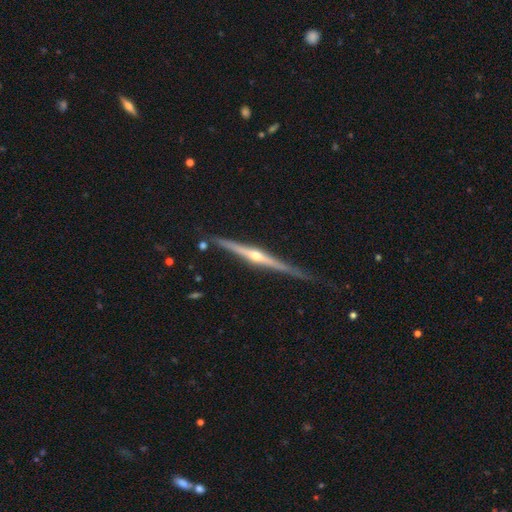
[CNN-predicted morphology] smooth-or-featured: featured or disk: 83% | smooth: 12% | star or artifact: 5%
  disk-edge-on: yes: 98% | no: 2%
    edge-on-bulge: rounded: 89% | none: 8% | boxy: 3%
  merging: none: 80% | minor disturbance: 15% | major disturbance: 3% | merger: 2%